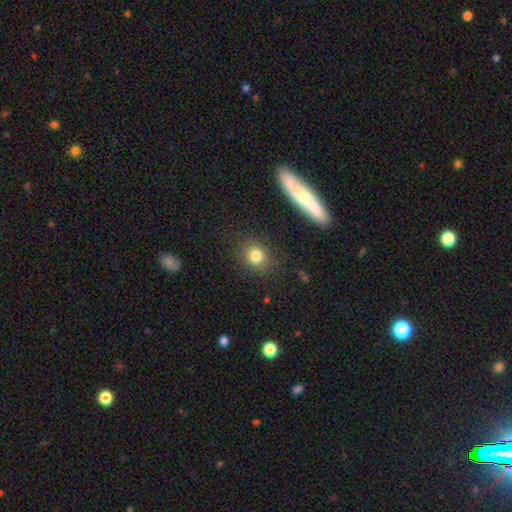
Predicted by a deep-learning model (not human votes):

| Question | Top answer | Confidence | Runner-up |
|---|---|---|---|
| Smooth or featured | smooth | 81% | star or artifact (12%) |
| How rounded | round | 78% | in between (20%) |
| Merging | none | 86% | minor disturbance (9%) |